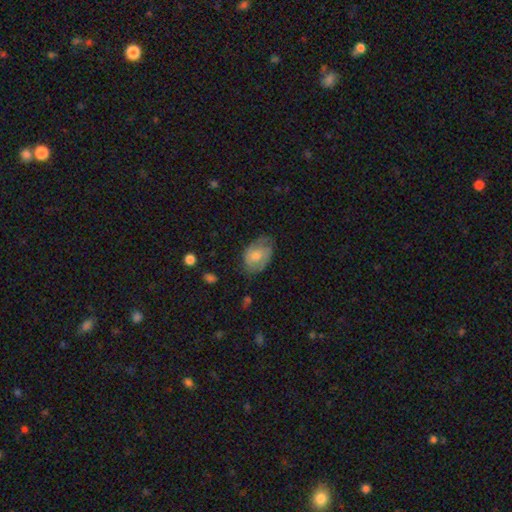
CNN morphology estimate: Smooth or featured?
  - smooth: 55% *
  - featured or disk: 37%
  - star or artifact: 8%
How rounded?
  - in between: 82% *
  - round: 17%
  - cigar-shaped: 1%
Merging?
  - none: 61% *
  - minor disturbance: 28%
  - major disturbance: 10%
  - merger: 1%